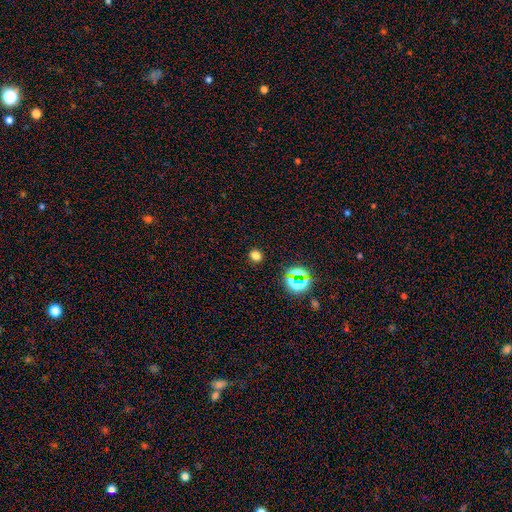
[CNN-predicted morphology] Smooth or featured? Predicted: smooth (p=0.71). How rounded? Predicted: round (p=0.75). Merging? Predicted: none (p=0.89).